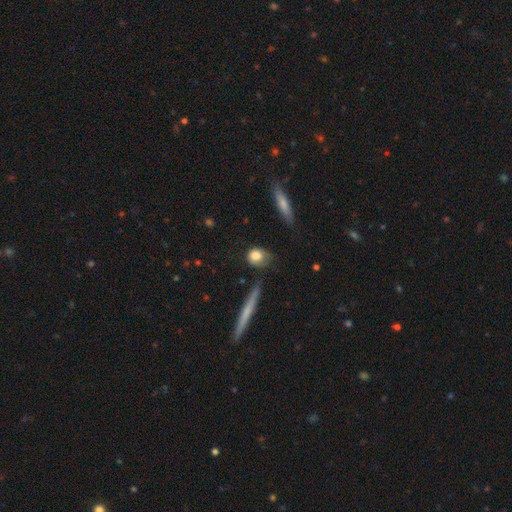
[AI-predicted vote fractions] The model was most divided on "how rounded": round: 53%, in between: 40%, cigar-shaped: 7%. More confident: smooth or featured — smooth (79%); merging — none (57%).